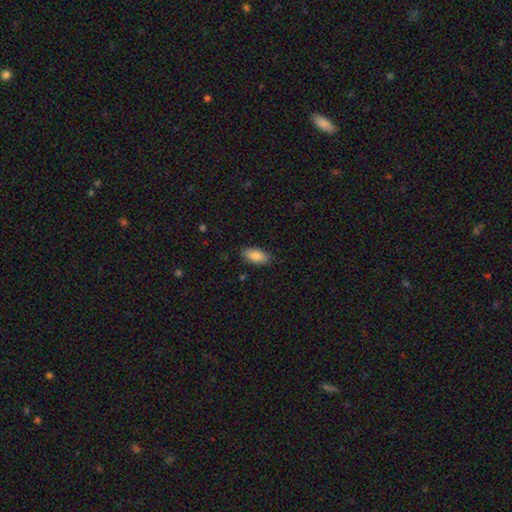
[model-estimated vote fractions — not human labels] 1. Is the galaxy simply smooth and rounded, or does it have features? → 85% smooth, 9% featured or disk, 7% star or artifact.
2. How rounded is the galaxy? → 91% in between, 6% cigar-shaped, 2% round.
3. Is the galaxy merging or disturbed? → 87% none, 10% minor disturbance, 2% major disturbance, 1% merger.